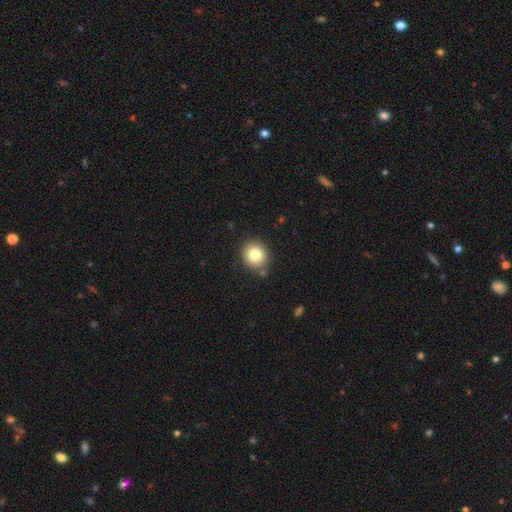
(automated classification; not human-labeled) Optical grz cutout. It shows a smooth galaxy with no disk features (80%) that is round (87%). Merging: none (86%).